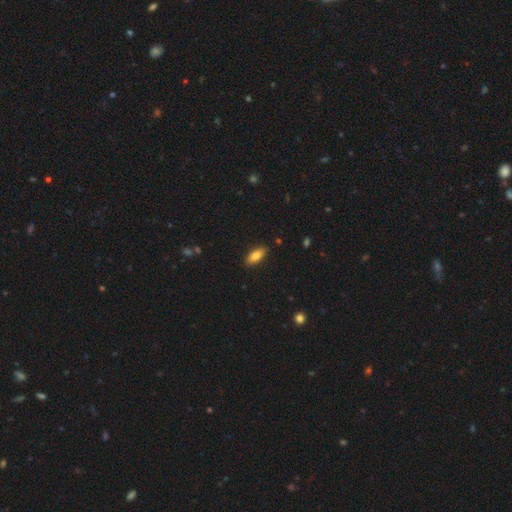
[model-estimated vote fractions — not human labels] Q: Smooth or featured?
A: smooth (79%); runner-up: featured or disk (14%)
Q: How rounded?
A: in between (75%); runner-up: cigar-shaped (22%)
Q: Merging?
A: none (87%); runner-up: minor disturbance (9%)